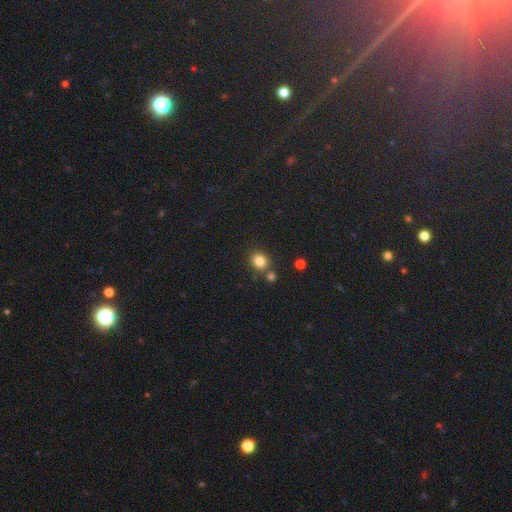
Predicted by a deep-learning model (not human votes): Overall: smooth (71%). How rounded: round (80%). Merging: none (74%).